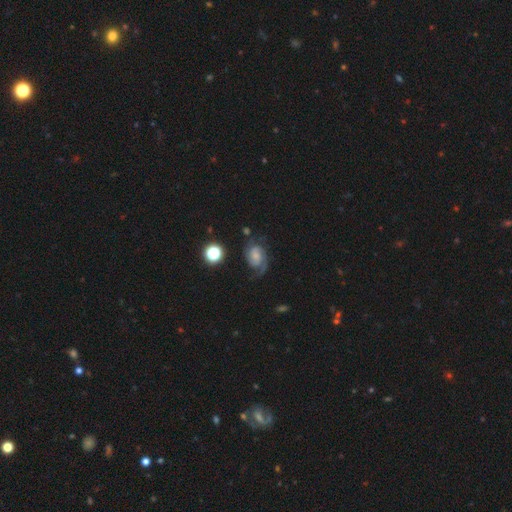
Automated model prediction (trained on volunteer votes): The model was most divided on "spiral winding": medium: 44%, tight: 33%, loose: 23%. Remaining: edge-on disk — no (98%); spiral arms — yes (94%); smooth or featured — featured or disk (74%); bar — no (62%); spiral arm count — 2 (57%); merging — none (54%); bulge size — small (46%).